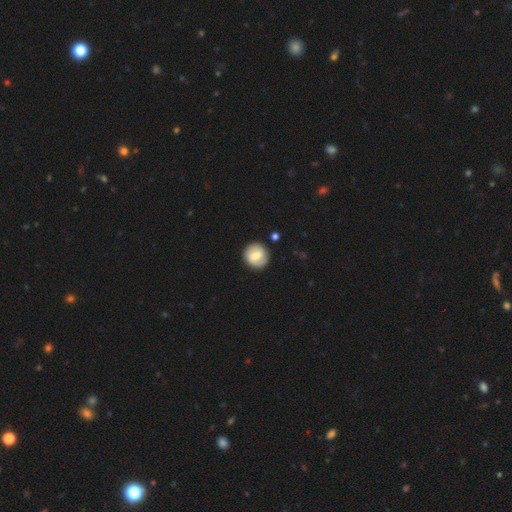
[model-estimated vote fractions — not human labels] A smooth galaxy with no disk features (65%) that is round (91%). Merging: none (86%).